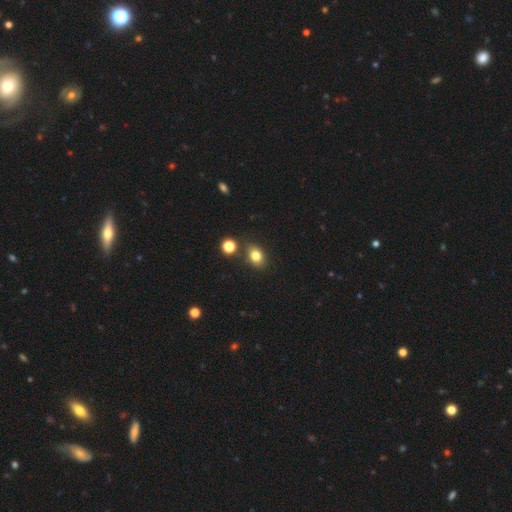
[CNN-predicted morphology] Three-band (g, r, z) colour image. It shows a smooth galaxy with no disk features (80%) that is in between round and cigar-shaped (66%). Merging: none (76%).